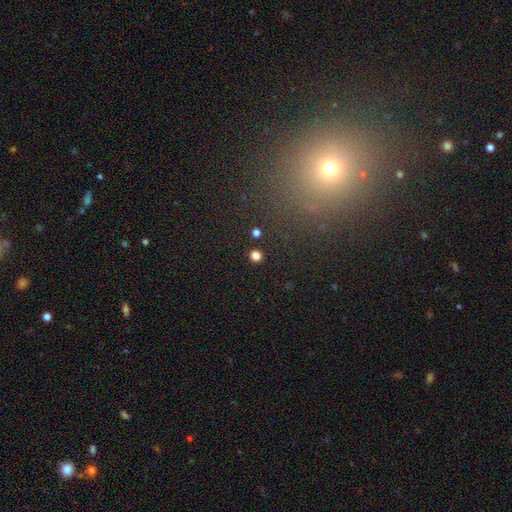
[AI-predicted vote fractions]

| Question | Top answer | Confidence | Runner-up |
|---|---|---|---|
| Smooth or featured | smooth | 78% | star or artifact (18%) |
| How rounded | round | 91% | in between (8%) |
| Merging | none | 91% | minor disturbance (5%) |